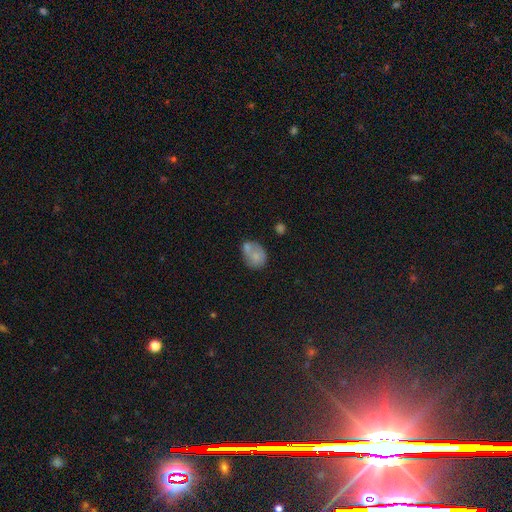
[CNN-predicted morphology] A smooth galaxy with no disk features (72%) that is round (54%).

Vote fractions:
- Smooth or featured? smooth: 72% / featured or disk: 19% / star or artifact: 9%
- How rounded? round: 54% / in between: 45% / cigar-shaped: 1%
- Merging? none: 37% / merger: 36% / minor disturbance: 18% / major disturbance: 8%